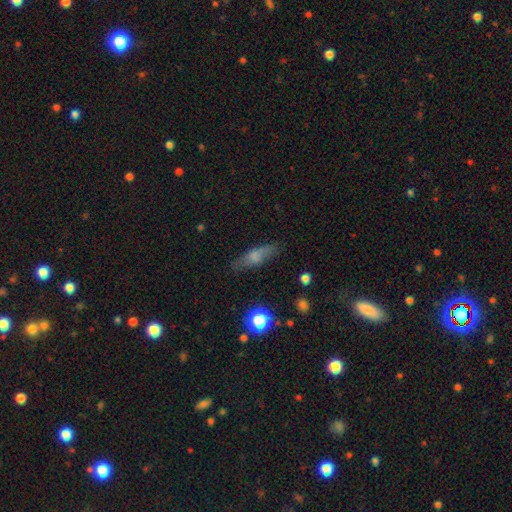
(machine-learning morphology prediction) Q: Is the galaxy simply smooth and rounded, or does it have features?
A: smooth — 64%.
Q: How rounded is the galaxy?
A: cigar-shaped — 50%.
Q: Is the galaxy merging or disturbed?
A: none — 74%.